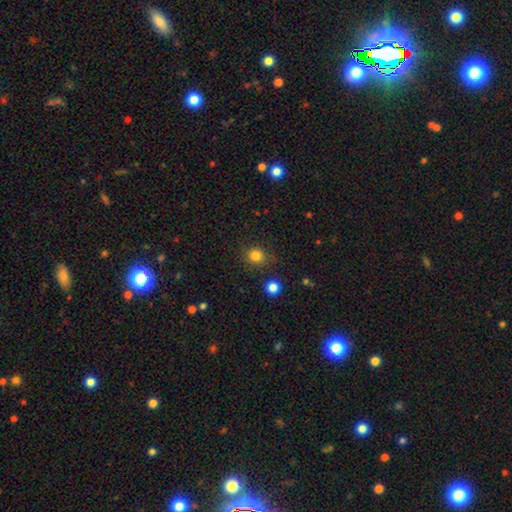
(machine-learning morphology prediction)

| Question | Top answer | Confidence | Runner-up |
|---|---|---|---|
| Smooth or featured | smooth | 82% | star or artifact (14%) |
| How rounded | round | 86% | in between (13%) |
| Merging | none | 82% | minor disturbance (11%) |